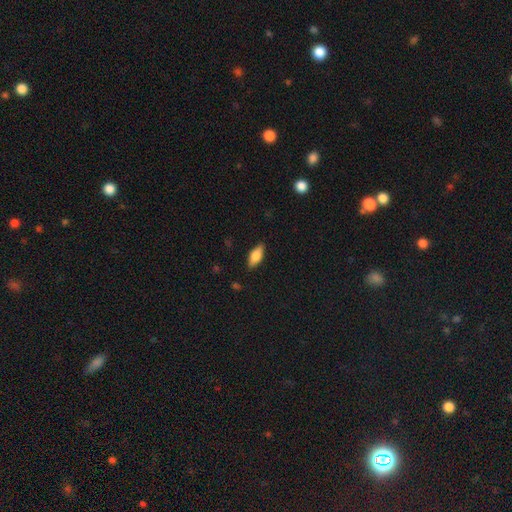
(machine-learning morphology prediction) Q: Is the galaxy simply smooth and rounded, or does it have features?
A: smooth — 71%.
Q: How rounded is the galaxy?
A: in between — 80%.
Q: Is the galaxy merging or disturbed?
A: none — 85%.